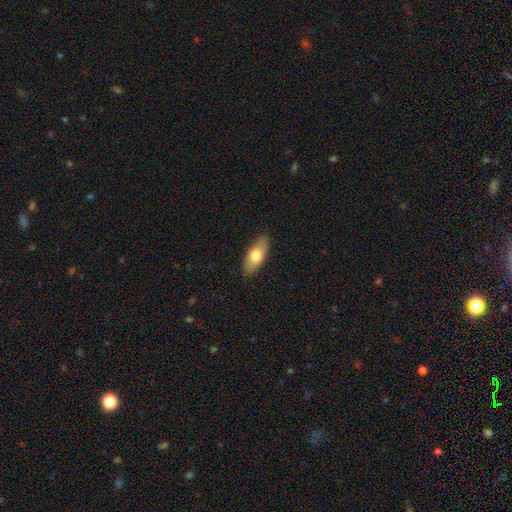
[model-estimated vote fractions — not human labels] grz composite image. It shows a smooth galaxy with no disk features (71%) that is in between round and cigar-shaped (78%). Merging: none (88%).